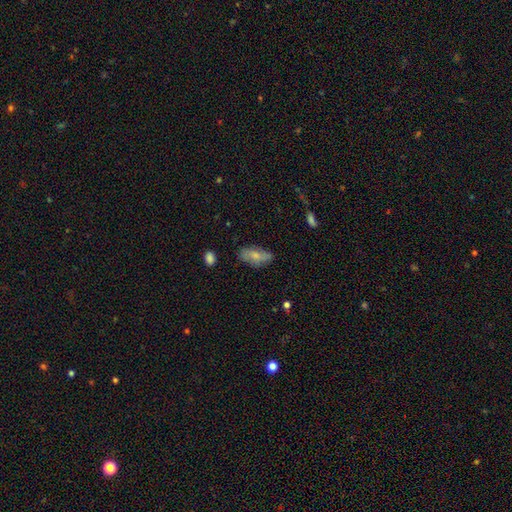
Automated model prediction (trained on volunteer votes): smooth 64%, featured or disk 29%, star or artifact 7%. Down the decision tree: how rounded — in between (85%); merging — none (71%).